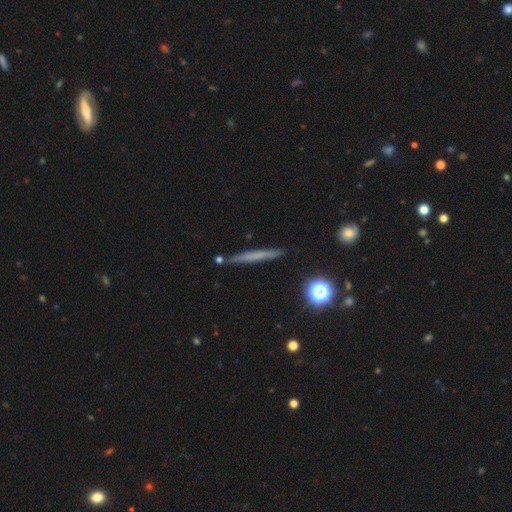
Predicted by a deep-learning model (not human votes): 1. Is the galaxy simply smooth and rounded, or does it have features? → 50% smooth, 39% featured or disk, 11% star or artifact.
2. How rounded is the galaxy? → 94% cigar-shaped, 3% round, 3% in between.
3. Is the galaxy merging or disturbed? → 87% none, 9% minor disturbance, 3% merger, 2% major disturbance.